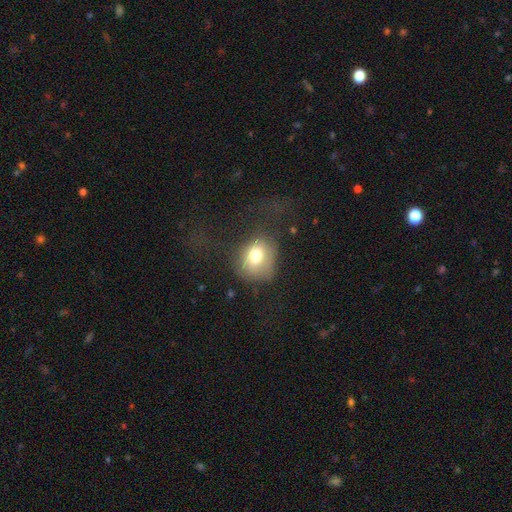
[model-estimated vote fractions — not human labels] This appears to be a smooth galaxy with no disk features (72%) that is round (59%). Merging: none (43%).